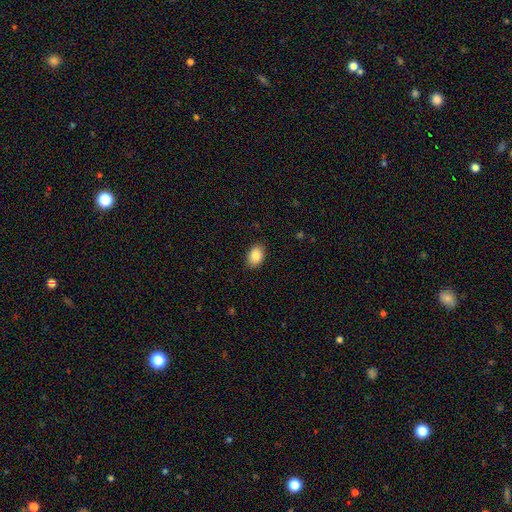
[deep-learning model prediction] smooth-or-featured: smooth: 88% | star or artifact: 8% | featured or disk: 4%
  how-rounded: in between: 83% | round: 16% | cigar-shaped: 1%
  merging: none: 87% | minor disturbance: 10% | major disturbance: 2% | merger: 1%